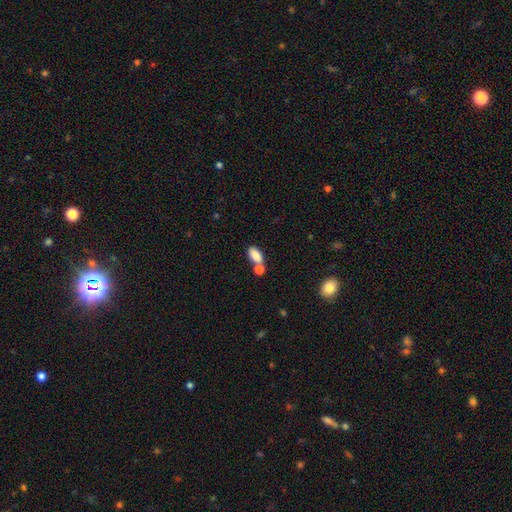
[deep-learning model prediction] This appears to be a smooth galaxy with no disk features (84%) that is in between round and cigar-shaped (89%). Merging: none (47%).